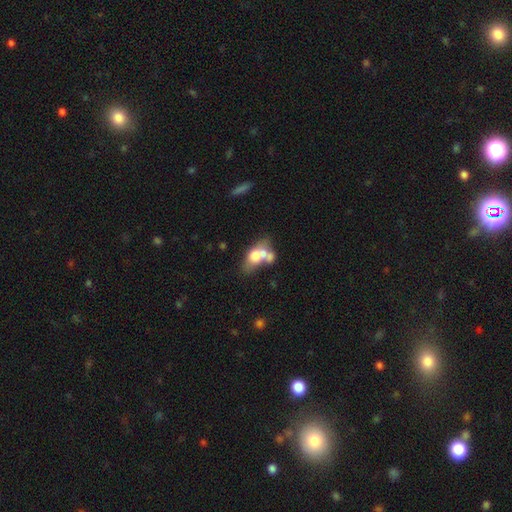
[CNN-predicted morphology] A smooth galaxy with no disk features (60%) that is in between round and cigar-shaped (71%).

Vote fractions:
- Smooth or featured? smooth: 60% / featured or disk: 31% / star or artifact: 9%
- How rounded? in between: 71% / round: 24% / cigar-shaped: 5%
- Merging? merger: 62% / none: 21% / minor disturbance: 9% / major disturbance: 8%